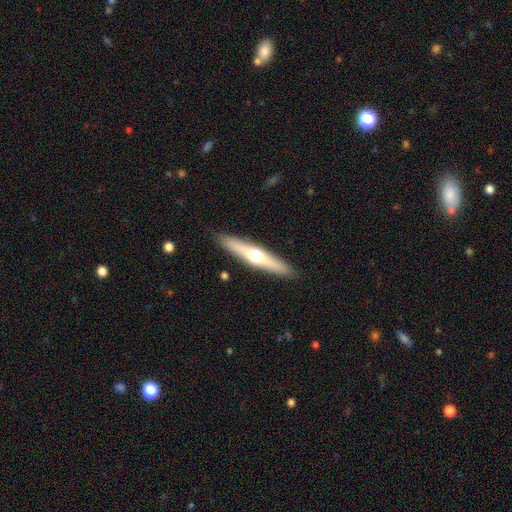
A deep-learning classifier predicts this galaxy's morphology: Smooth or featured? Predicted: featured or disk (p=0.51). Edge-on disk? Predicted: yes (p=0.91). Merging? Predicted: none (p=0.90).